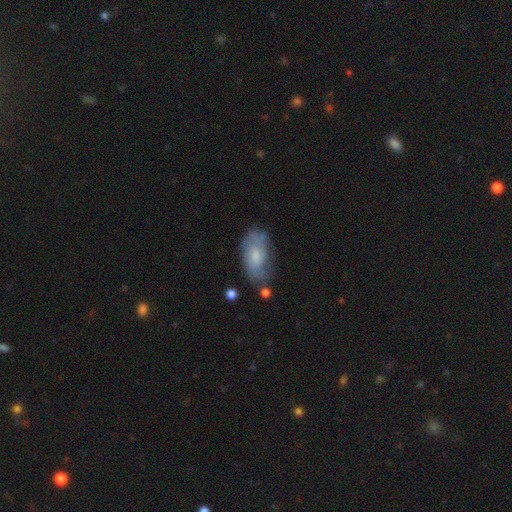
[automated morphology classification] Smooth or featured? smooth (60%)
How rounded? in between (91%)
Merging? none (61%)